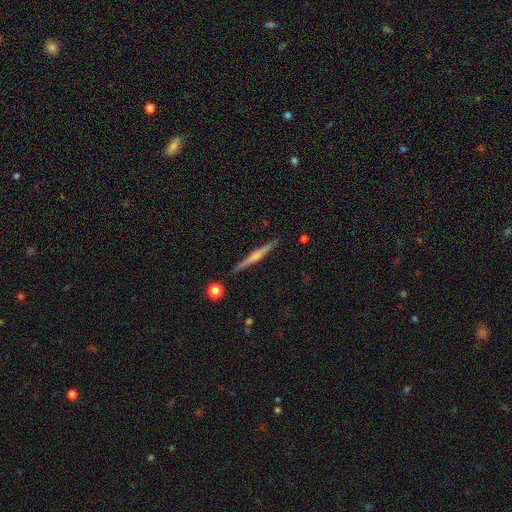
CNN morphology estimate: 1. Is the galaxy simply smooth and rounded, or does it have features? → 67% featured or disk, 27% smooth, 6% star or artifact.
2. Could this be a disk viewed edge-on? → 98% yes, 2% no.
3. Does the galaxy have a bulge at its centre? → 64% rounded, 21% none, 15% boxy.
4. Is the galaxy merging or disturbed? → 90% none, 7% minor disturbance, 2% merger, 1% major disturbance.